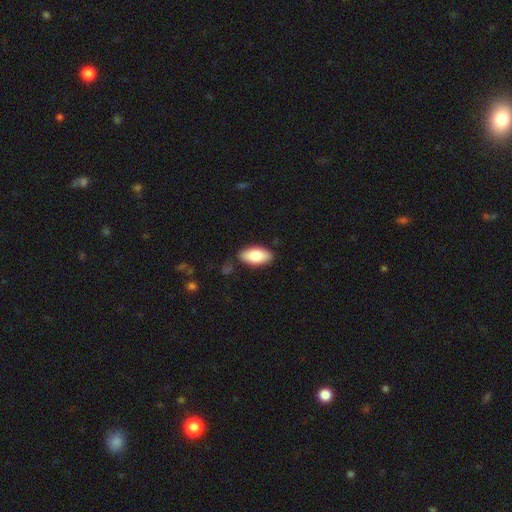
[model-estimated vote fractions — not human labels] Morphology: type=smooth (80%); roundness=in between (92%); merging=none (85%).